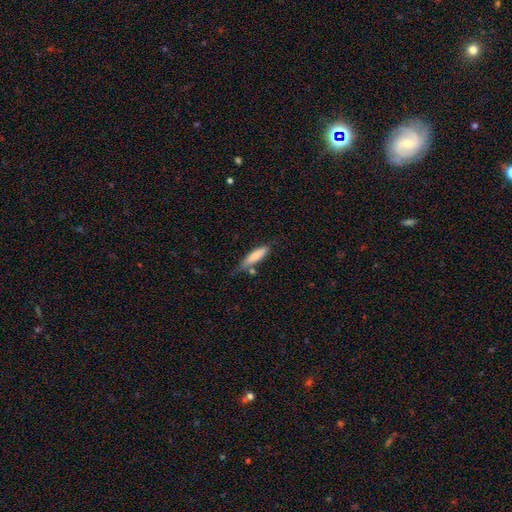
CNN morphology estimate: smooth_or_featured: smooth (p=0.77) [alt: featured or disk p=0.17]
how_rounded: cigar-shaped (p=0.71) [alt: in between p=0.27]
merging: none (p=0.63) [alt: minor disturbance p=0.23]